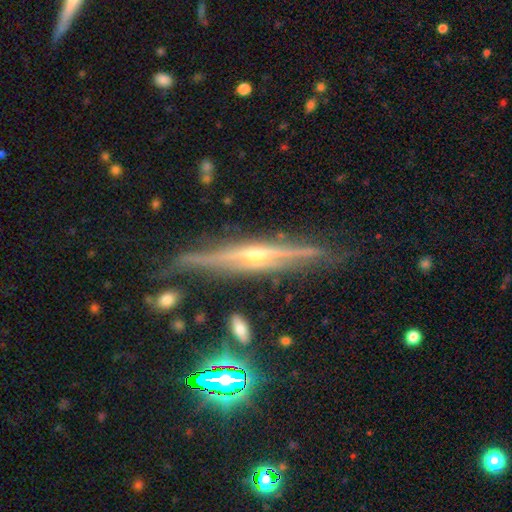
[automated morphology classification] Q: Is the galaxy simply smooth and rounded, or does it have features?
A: featured or disk — 87%.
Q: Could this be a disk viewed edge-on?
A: yes — 96%.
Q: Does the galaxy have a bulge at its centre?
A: rounded — 76%.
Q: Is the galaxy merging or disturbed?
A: none — 74%.